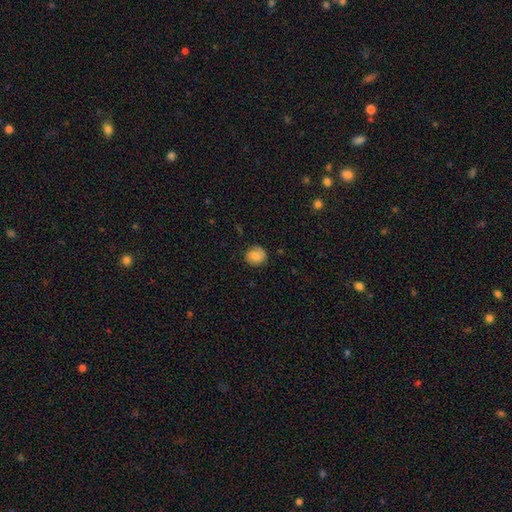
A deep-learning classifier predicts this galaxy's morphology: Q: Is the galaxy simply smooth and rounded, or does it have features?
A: smooth — 82%.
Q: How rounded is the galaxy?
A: round — 82%.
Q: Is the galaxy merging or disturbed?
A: none — 83%.